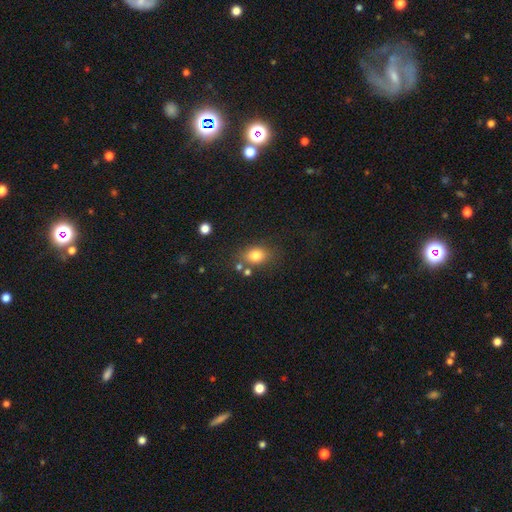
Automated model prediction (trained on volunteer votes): A smooth galaxy with no disk features (79%) that is in between round and cigar-shaped (63%).

Vote fractions:
- Smooth or featured? smooth: 79% / star or artifact: 11% / featured or disk: 10%
- How rounded? in between: 63% / round: 36% / cigar-shaped: 1%
- Merging? none: 71% / minor disturbance: 15% / merger: 9% / major disturbance: 5%